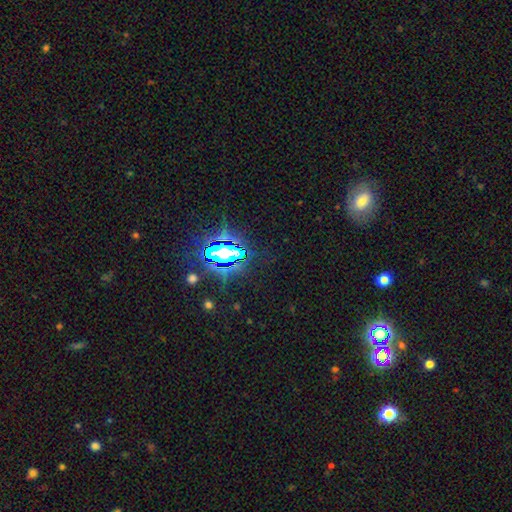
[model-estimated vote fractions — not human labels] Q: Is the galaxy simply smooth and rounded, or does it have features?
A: star or artifact — 76%.